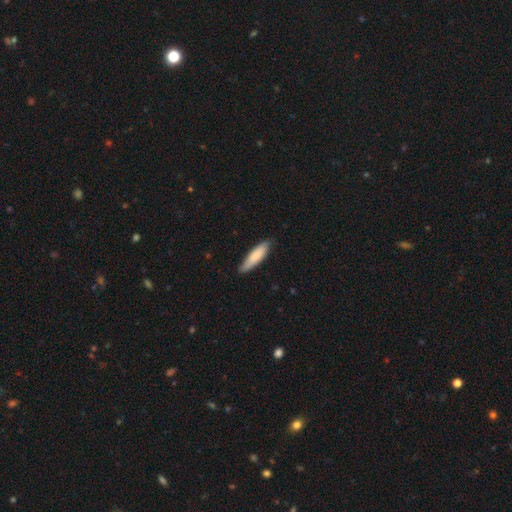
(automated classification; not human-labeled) This is likely a smooth galaxy (79%). How rounded: likely cigar-shaped (67%). Merging: clearly none (82%).